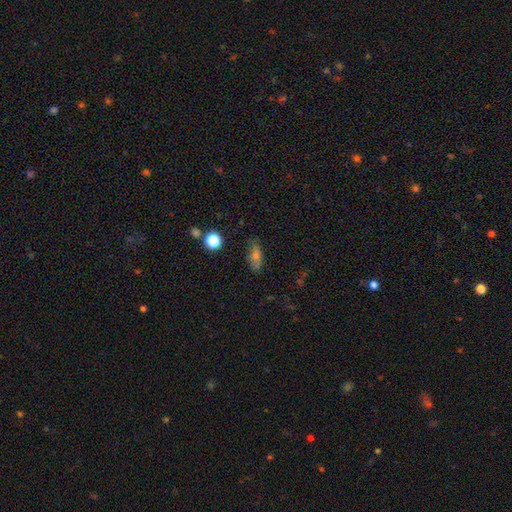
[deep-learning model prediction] A smooth galaxy with no disk features (58%) that is in between round and cigar-shaped (70%).

Vote fractions:
- Smooth or featured? smooth: 58% / featured or disk: 25% / star or artifact: 17%
- How rounded? in between: 70% / cigar-shaped: 18% / round: 12%
- Merging? none: 74% / minor disturbance: 18% / major disturbance: 5% / merger: 3%